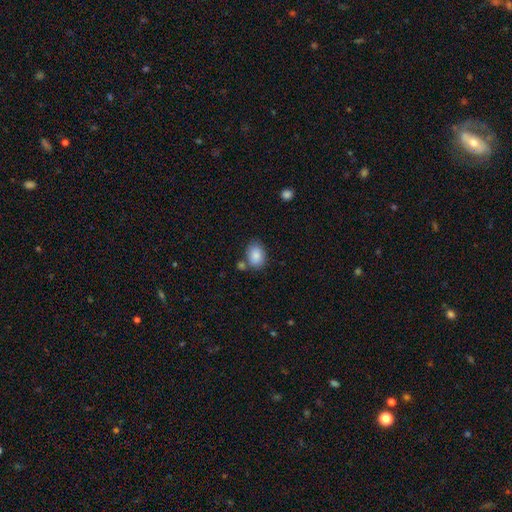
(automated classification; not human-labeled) Q: Smooth or featured?
A: smooth (86%); runner-up: star or artifact (7%)
Q: How rounded?
A: in between (79%); runner-up: round (20%)
Q: Merging?
A: none (69%); runner-up: minor disturbance (15%)